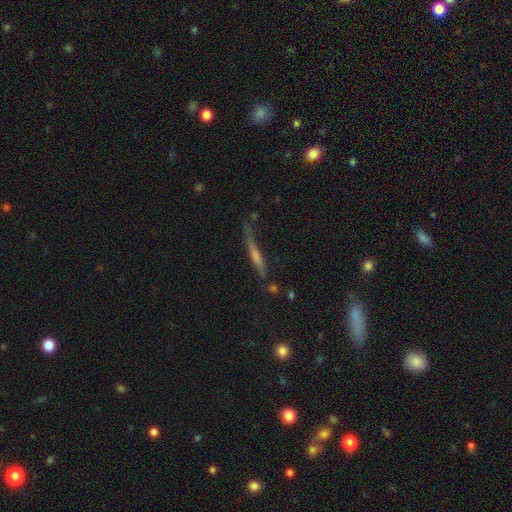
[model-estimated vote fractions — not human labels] A featured or disk galaxy (53%) viewed edge-on (89%).

Vote fractions:
- Smooth or featured? featured or disk: 53% / smooth: 36% / star or artifact: 11%
- Edge-on disk? yes: 89% / no: 11%
- Merging? none: 58% / minor disturbance: 25% / major disturbance: 12% / merger: 5%